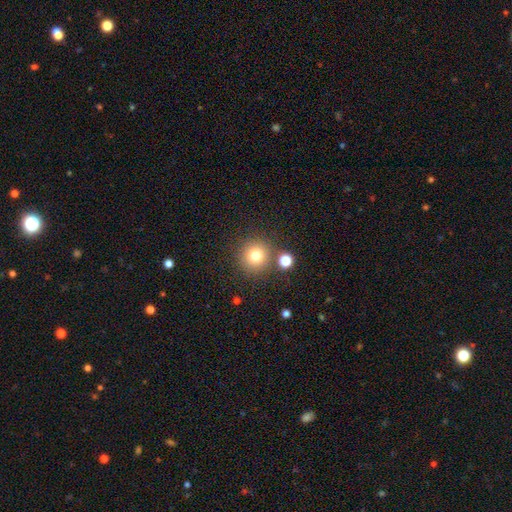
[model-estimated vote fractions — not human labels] Smooth or featured? Predicted: smooth (p=0.77). How rounded? Predicted: round (p=0.94). Merging? Predicted: none (p=0.81).